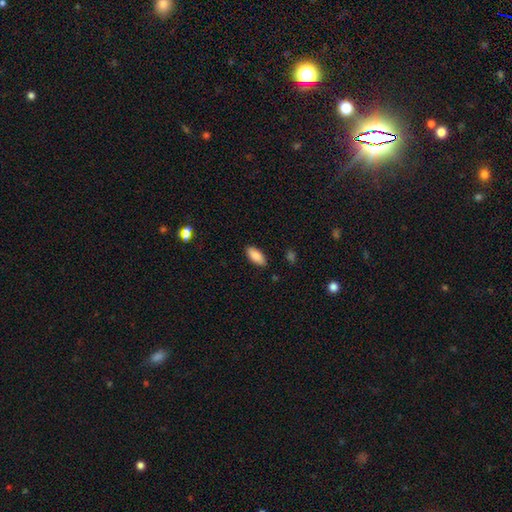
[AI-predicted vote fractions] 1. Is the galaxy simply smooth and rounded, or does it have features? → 87% smooth, 7% star or artifact, 6% featured or disk.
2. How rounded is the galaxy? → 86% in between, 12% cigar-shaped, 2% round.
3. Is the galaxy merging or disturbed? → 86% none, 11% minor disturbance, 2% major disturbance, 1% merger.